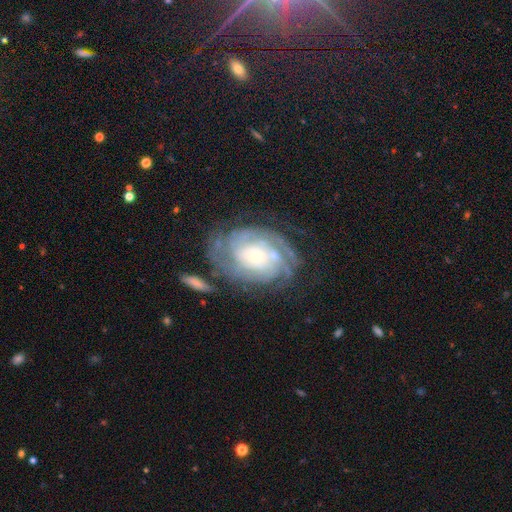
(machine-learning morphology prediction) Smooth or featured?
  - featured or disk: 81% *
  - smooth: 12%
  - star or artifact: 7%
Edge-on disk?
  - no: 96% *
  - yes: 4%
Bar?
  - no: 75% *
  - weak: 20%
  - strong: 5%
Spiral arms?
  - yes: 94% *
  - no: 6%
Spiral winding?
  - tight: 71% *
  - medium: 23%
  - loose: 6%
Spiral arm count?
  - can't tell: 41% *
  - 2: 16%
  - 3: 16%
  - 4: 14%
  - more than 4: 8%
  - 1: 6%
Bulge size?
  - small: 59% *
  - moderate: 25%
  - large: 10%
  - none: 3%
  - dominant: 2%
Merging?
  - none: 65% *
  - minor disturbance: 19%
  - major disturbance: 11%
  - merger: 5%